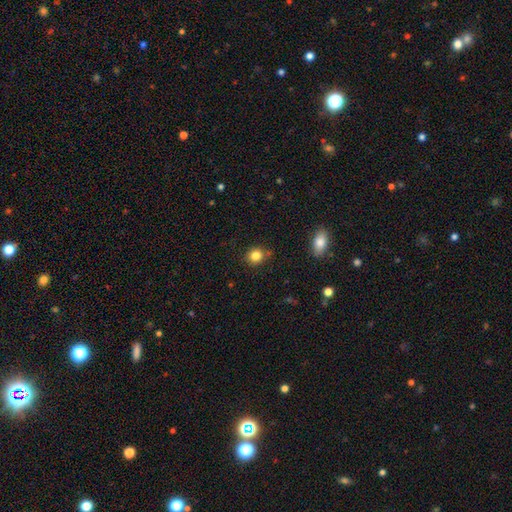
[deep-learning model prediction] A smooth galaxy with no disk features (83%) that is round (83%). Merging: none (85%).